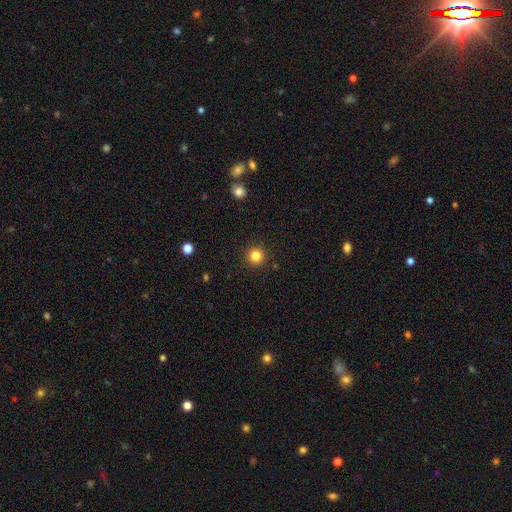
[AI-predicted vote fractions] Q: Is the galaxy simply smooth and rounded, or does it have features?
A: smooth — 84%.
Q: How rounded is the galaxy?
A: round — 95%.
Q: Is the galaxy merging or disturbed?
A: none — 92%.